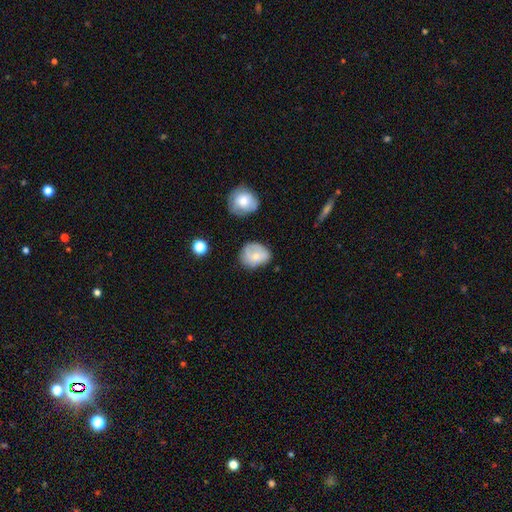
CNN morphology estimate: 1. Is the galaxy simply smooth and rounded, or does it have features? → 62% smooth, 30% featured or disk, 8% star or artifact.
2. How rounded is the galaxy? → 56% round, 43% in between, 1% cigar-shaped.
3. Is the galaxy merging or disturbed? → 51% none, 31% minor disturbance, 13% major disturbance, 5% merger.